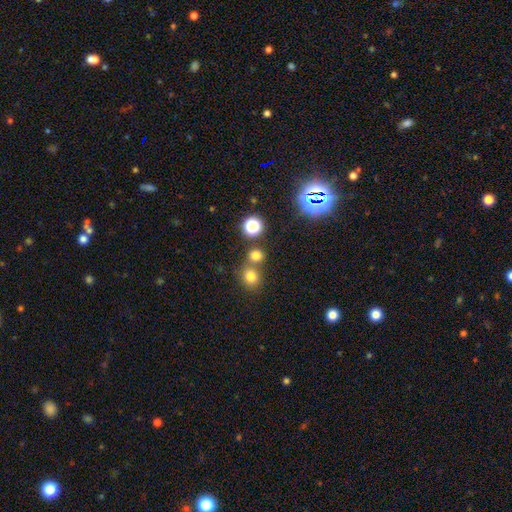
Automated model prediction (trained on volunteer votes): Smooth or featured? Predicted: smooth (p=0.72). How rounded? Predicted: round (p=0.83). Merging? Predicted: none (p=0.63).